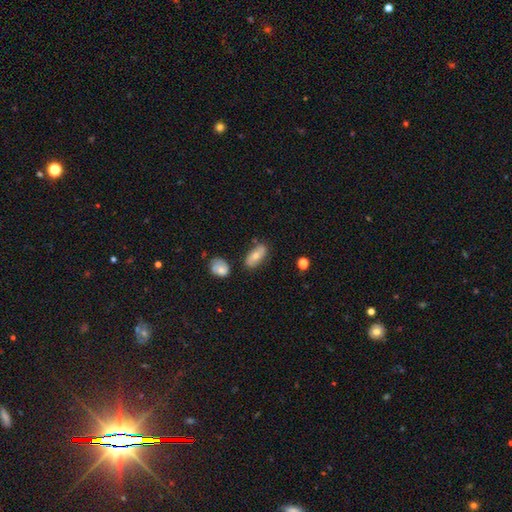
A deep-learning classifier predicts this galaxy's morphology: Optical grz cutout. It shows a smooth galaxy with no disk features (66%) that is in between round and cigar-shaped (86%). Merging: none (75%).